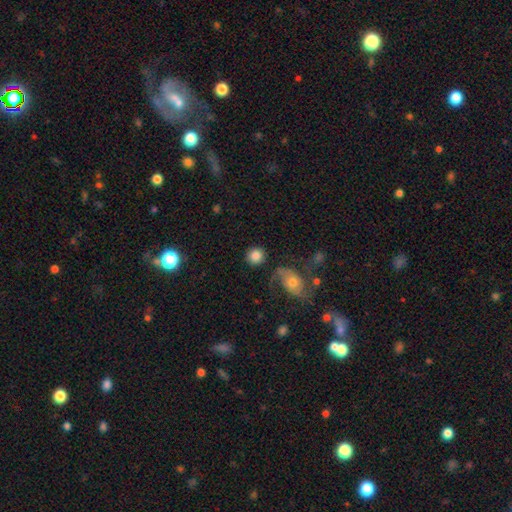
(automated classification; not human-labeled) Smooth or featured?
  - smooth: 82% *
  - featured or disk: 10%
  - star or artifact: 8%
How rounded?
  - round: 89% *
  - in between: 10%
  - cigar-shaped: 1%
Merging?
  - none: 78% *
  - minor disturbance: 9%
  - merger: 7%
  - major disturbance: 5%